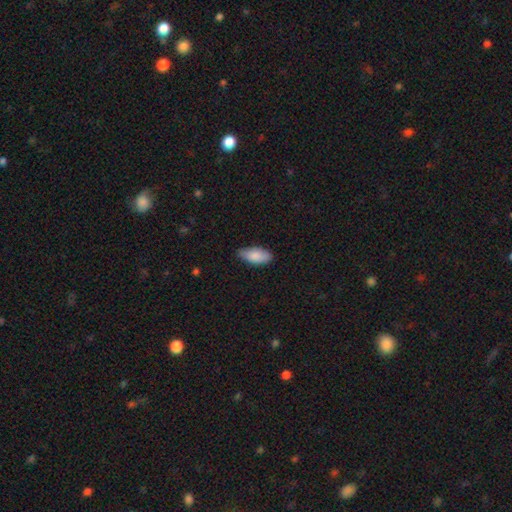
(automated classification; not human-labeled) This is clearly a smooth galaxy (86%). How rounded: clearly in between (90%). Merging: likely none (75%).